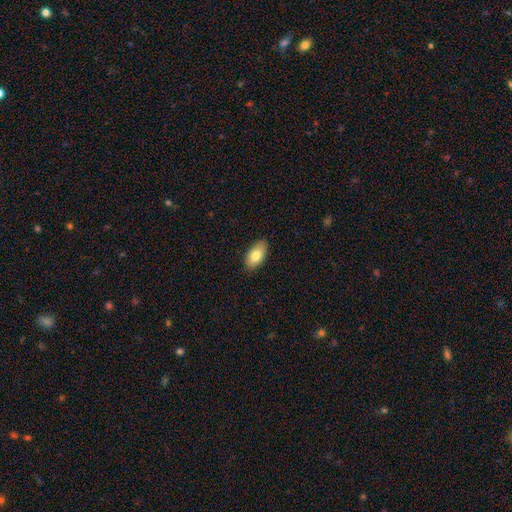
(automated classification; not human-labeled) Morphology: type=smooth (79%); roundness=in between (93%); merging=none (87%).